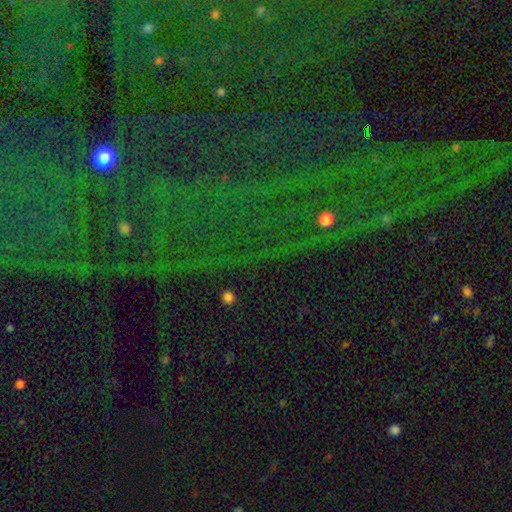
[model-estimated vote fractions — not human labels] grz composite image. It shows a star or artifact, not a galaxy (82%).